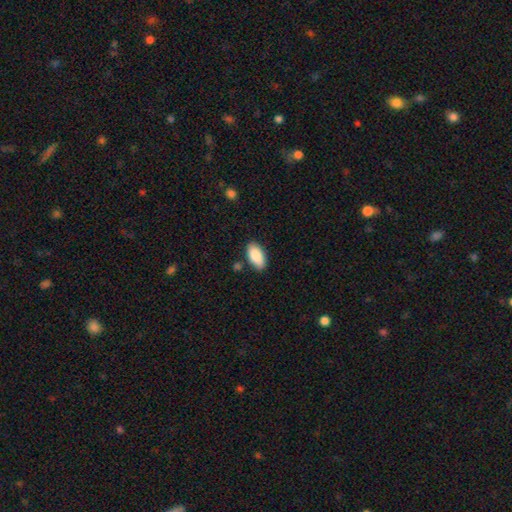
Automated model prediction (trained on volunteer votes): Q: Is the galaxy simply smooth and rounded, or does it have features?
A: smooth — 88%.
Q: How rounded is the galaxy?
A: in between — 94%.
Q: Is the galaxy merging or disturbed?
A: none — 82%.